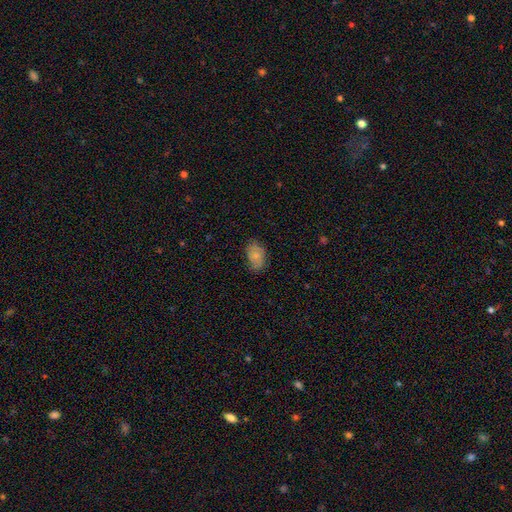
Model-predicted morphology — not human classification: Smooth or featured: smooth — 70% (featured or disk — 23%)
How rounded: in between — 90% (round — 9%)
Merging: none — 70% (minor disturbance — 23%)